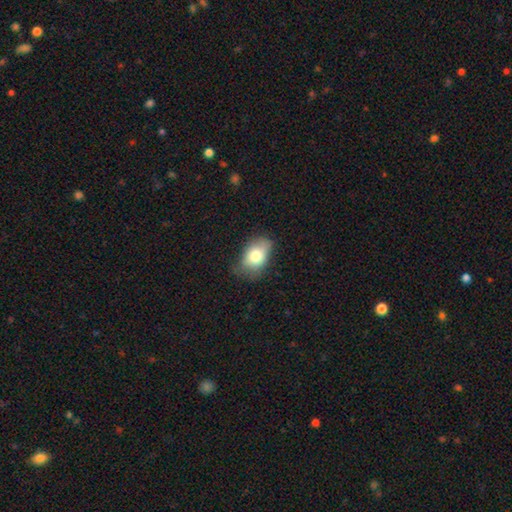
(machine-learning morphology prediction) smooth 76%, featured or disk 16%, star or artifact 8%. Down the decision tree: how rounded — in between (85%); merging — none (54%).